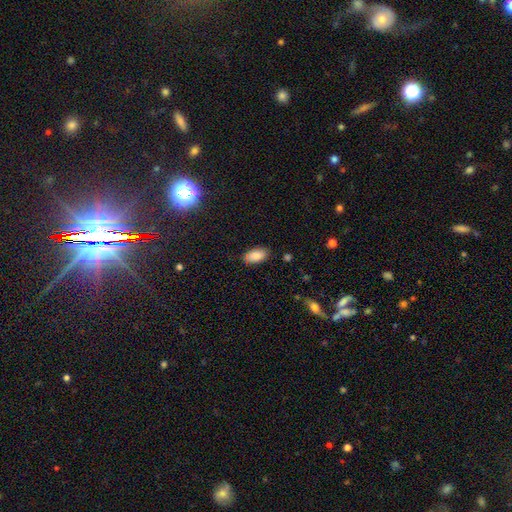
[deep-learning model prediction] smooth_or_featured: smooth (p=0.86) [alt: star or artifact p=0.08]
how_rounded: in between (p=0.93) [alt: cigar-shaped p=0.03]
merging: none (p=0.86) [alt: minor disturbance p=0.10]